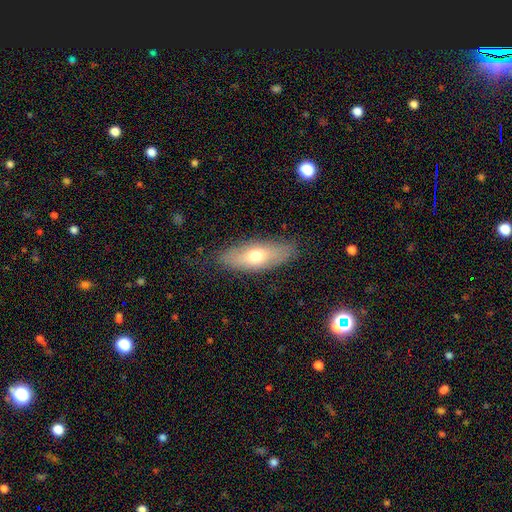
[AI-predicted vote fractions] Morphology: type=smooth (61%); roundness=in between (69%); merging=none (82%).